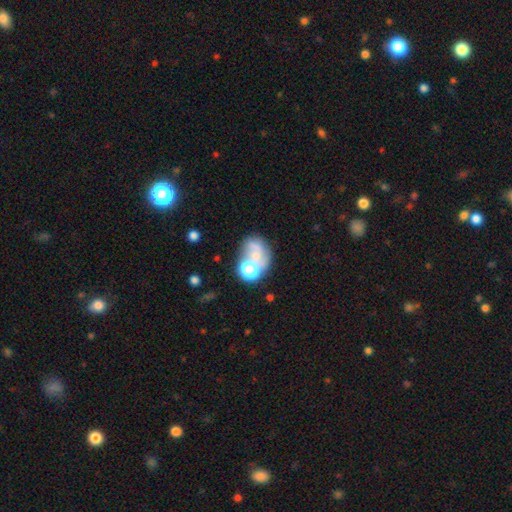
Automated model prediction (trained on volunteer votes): smooth-or-featured: smooth: 43% | featured or disk: 41% | star or artifact: 16%
  merging: merger: 35% | none: 29% | major disturbance: 20% | minor disturbance: 16%